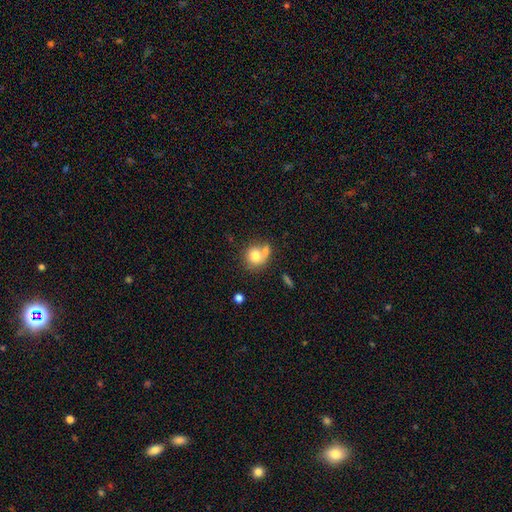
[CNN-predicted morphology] Smooth or featured? Predicted: smooth (p=0.76). How rounded? Predicted: round (p=0.79). Merging? Predicted: none (p=0.44).